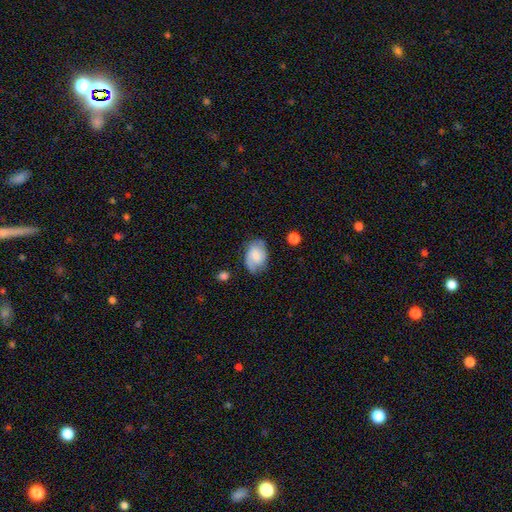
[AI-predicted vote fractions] Overall: smooth (49%; featured or disk 43%). Merging: none (67%).